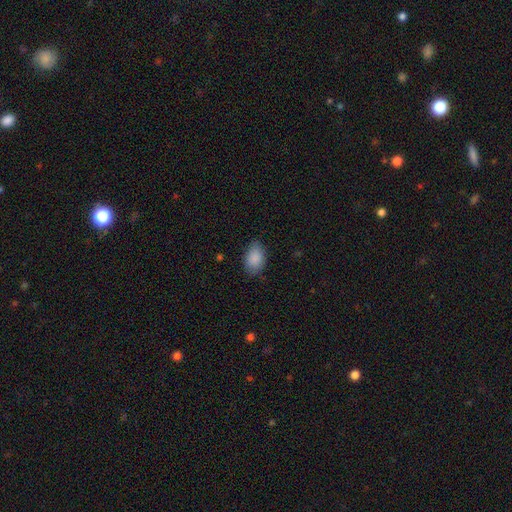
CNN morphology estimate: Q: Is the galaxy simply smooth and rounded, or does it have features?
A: smooth — 88%.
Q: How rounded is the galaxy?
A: in between — 87%.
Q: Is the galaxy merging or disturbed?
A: none — 75%.